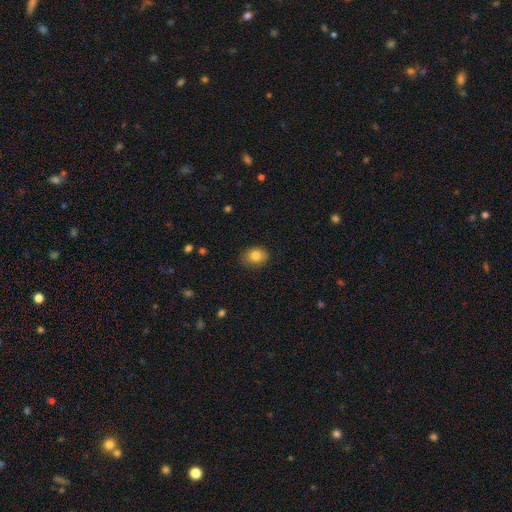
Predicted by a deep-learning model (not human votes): This is clearly a smooth galaxy (81%). How rounded: possibly in between (54%). Merging: likely none (79%).